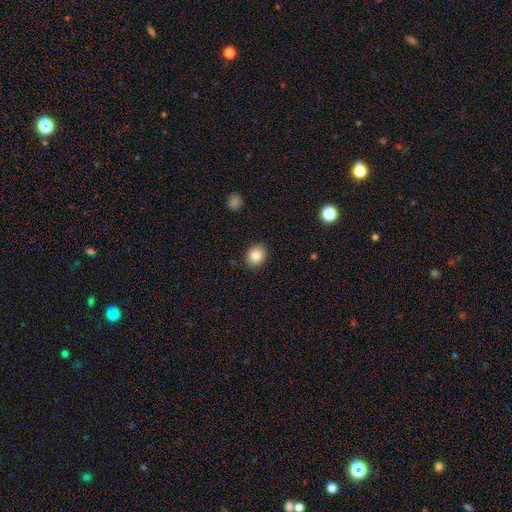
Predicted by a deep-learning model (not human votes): smooth 85%, star or artifact 9%, featured or disk 6%. Down the decision tree: how rounded — round (66%); merging — none (89%).